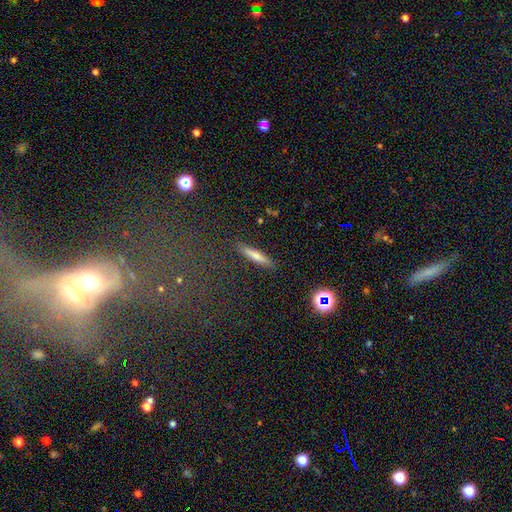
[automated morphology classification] Overall: smooth (53%; featured or disk 33%). How rounded: cigar-shaped (85%). Merging: none (89%).